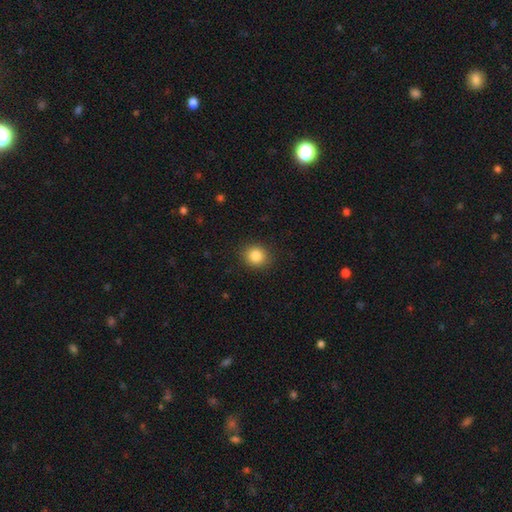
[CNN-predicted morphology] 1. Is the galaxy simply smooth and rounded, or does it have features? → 84% smooth, 10% star or artifact, 5% featured or disk.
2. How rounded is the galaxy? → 83% round, 16% in between, 1% cigar-shaped.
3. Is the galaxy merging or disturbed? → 90% none, 7% minor disturbance, 2% major disturbance, 1% merger.